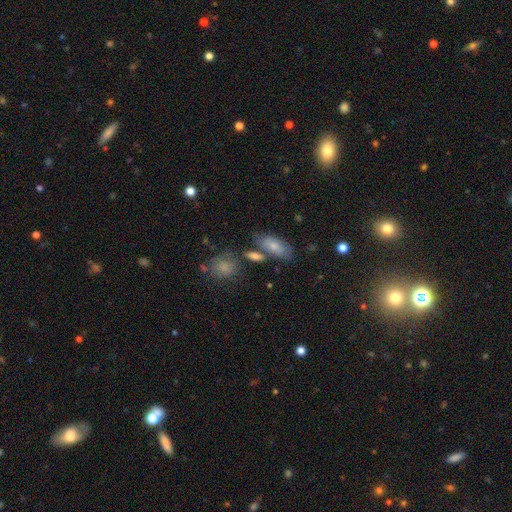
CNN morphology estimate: Q: Smooth or featured?
A: smooth (55%); runner-up: featured or disk (24%)
Q: How rounded?
A: in between (65%); runner-up: round (21%)
Q: Merging?
A: none (65%); runner-up: merger (16%)